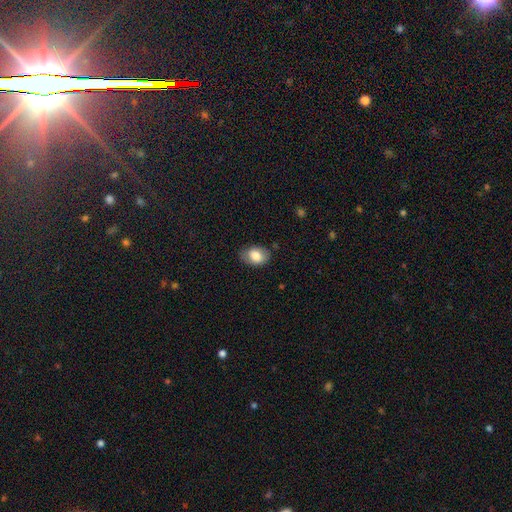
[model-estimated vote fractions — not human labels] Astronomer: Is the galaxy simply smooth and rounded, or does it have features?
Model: smooth — 80%.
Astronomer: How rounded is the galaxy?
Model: in between — 80%.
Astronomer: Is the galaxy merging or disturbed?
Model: none — 75%.